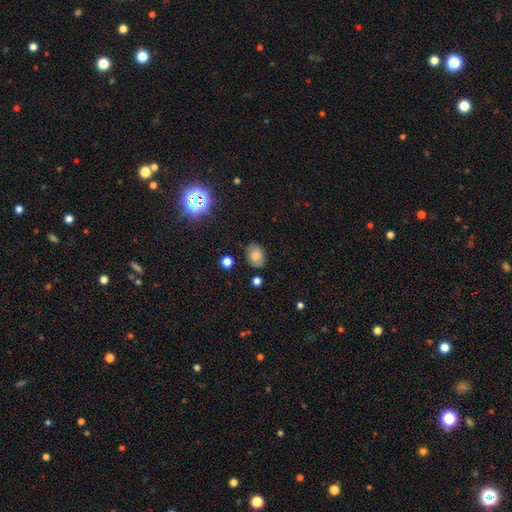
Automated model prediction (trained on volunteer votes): Smooth or featured? Predicted: smooth (p=0.77). How rounded? Predicted: in between (p=0.73). Merging? Predicted: none (p=0.81).